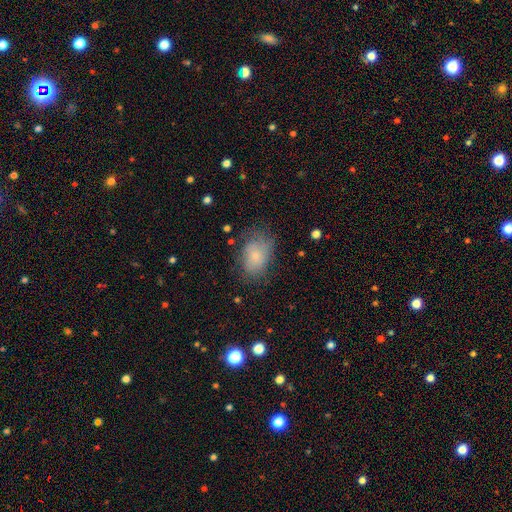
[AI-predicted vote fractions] Smooth or featured?
  - smooth: 71% *
  - featured or disk: 19%
  - star or artifact: 9%
How rounded?
  - in between: 80% *
  - round: 18%
  - cigar-shaped: 1%
Merging?
  - none: 61% *
  - minor disturbance: 25%
  - major disturbance: 12%
  - merger: 2%